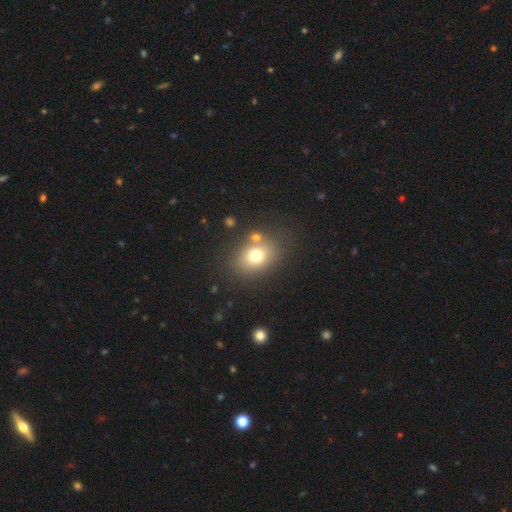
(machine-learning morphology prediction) Smooth or featured? Predicted: smooth (p=0.73). How rounded? Predicted: in between (p=0.59). Merging? Predicted: none (p=0.70).